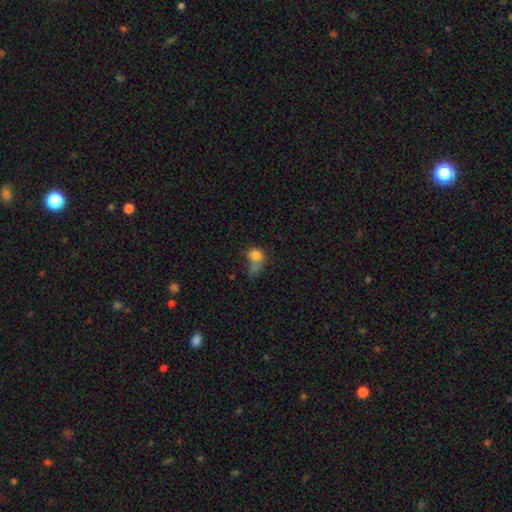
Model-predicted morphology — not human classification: type=smooth (78%); roundness=round (64%); merging=merger (31%).